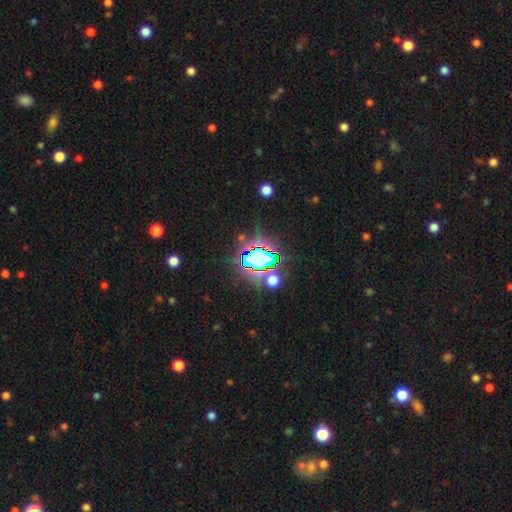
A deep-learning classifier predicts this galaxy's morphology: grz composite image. It shows a star or artifact, not a galaxy (70%).